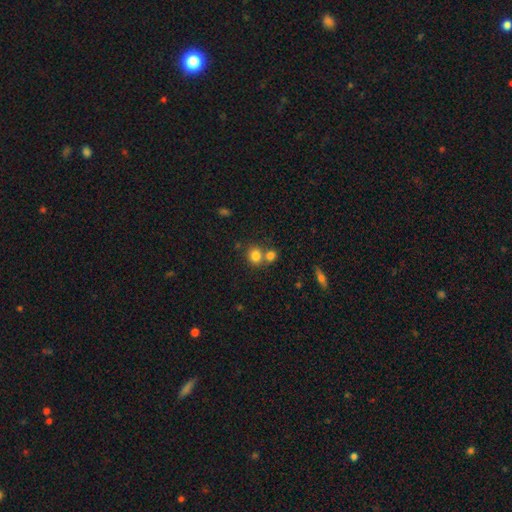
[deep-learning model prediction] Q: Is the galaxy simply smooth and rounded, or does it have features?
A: smooth — 80%.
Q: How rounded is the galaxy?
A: round — 80%.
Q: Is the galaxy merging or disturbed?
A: none — 52%.